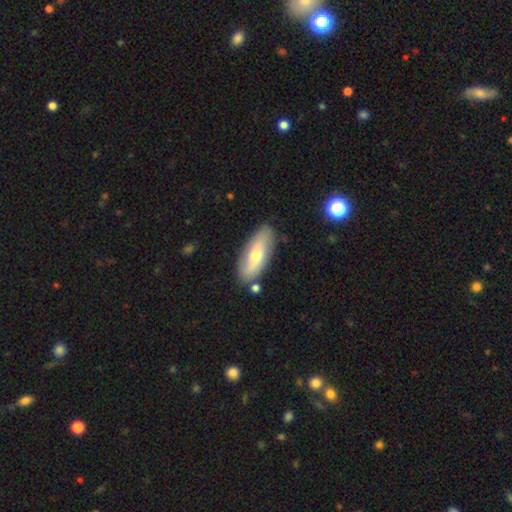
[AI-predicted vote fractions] Morphology: type=smooth (53%); roundness=in between (76%); merging=none (81%).